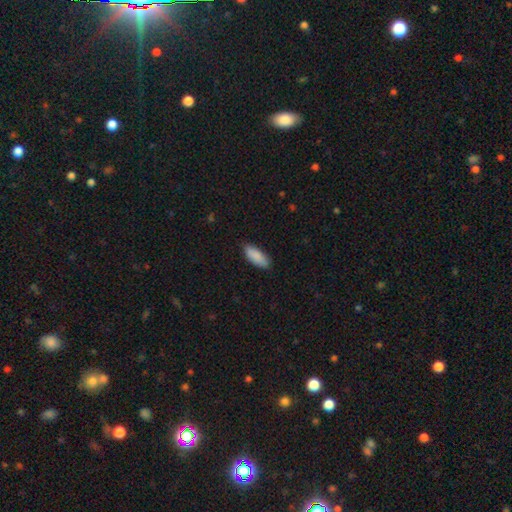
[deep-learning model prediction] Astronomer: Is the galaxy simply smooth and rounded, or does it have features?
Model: smooth — 89%.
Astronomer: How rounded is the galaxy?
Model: in between — 79%.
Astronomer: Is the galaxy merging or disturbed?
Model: none — 83%.